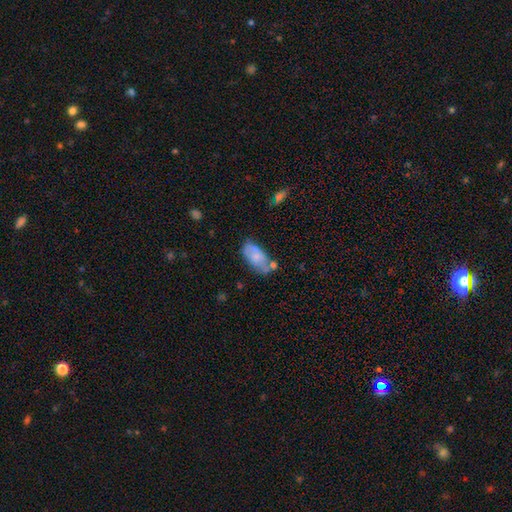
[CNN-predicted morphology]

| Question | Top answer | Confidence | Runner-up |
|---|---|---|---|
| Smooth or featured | smooth | 61% | featured or disk (32%) |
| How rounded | in between | 91% | cigar-shaped (6%) |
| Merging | none | 50% | minor disturbance (27%) |